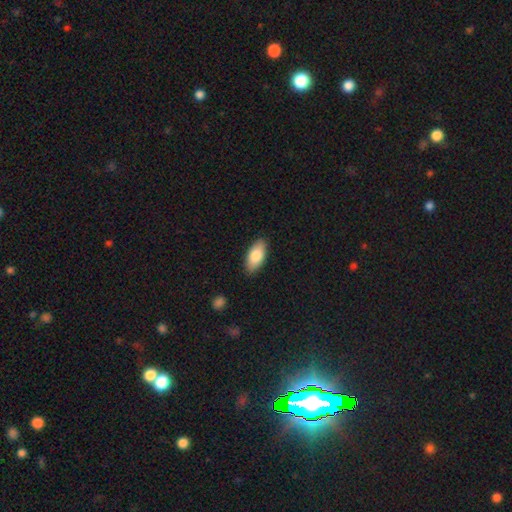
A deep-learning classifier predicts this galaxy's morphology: Smooth or featured? Predicted: smooth (p=0.83). How rounded? Predicted: in between (p=0.91). Merging? Predicted: none (p=0.88).